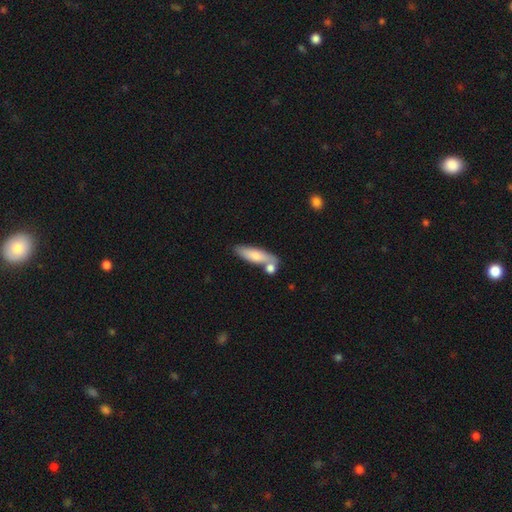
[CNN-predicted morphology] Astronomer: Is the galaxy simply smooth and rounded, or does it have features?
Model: smooth — 74%.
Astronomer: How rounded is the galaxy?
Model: cigar-shaped — 54% (runner-up: in between, 43%).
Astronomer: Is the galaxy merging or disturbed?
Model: none — 57%.